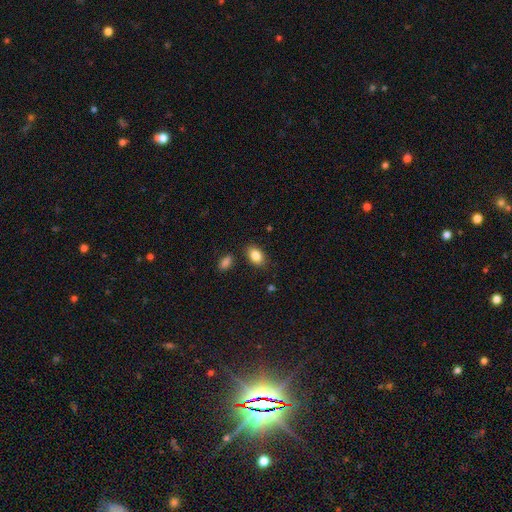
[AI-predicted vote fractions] smooth_or_featured: smooth (p=0.86) [alt: star or artifact p=0.08]
how_rounded: in between (p=0.87) [alt: round p=0.11]
merging: none (p=0.83) [alt: minor disturbance p=0.11]